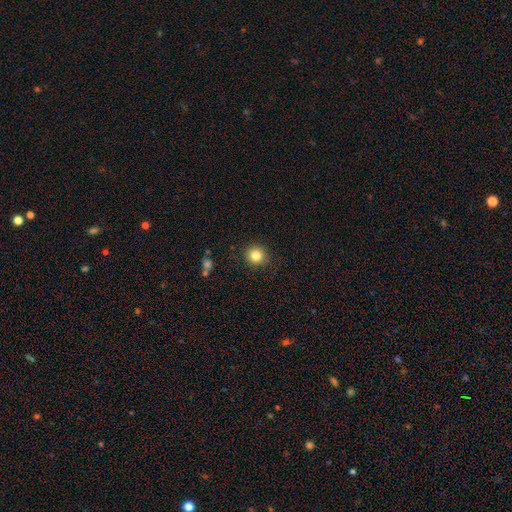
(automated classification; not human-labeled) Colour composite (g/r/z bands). It shows a smooth galaxy with no disk features (83%) that is round (93%). Merging: none (90%).